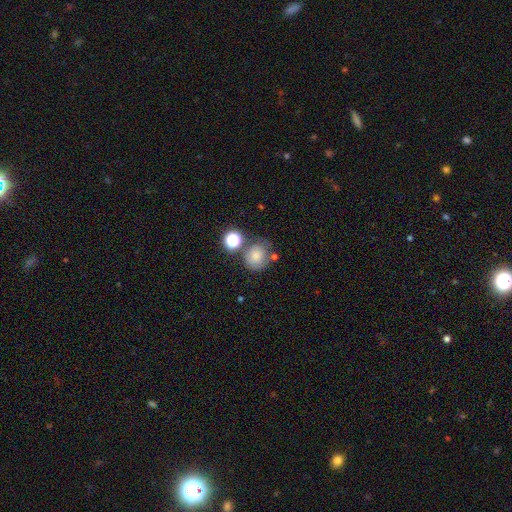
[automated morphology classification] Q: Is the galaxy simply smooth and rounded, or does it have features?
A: smooth — 72%.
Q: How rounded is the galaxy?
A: round — 80%.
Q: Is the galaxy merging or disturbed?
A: none — 55%.